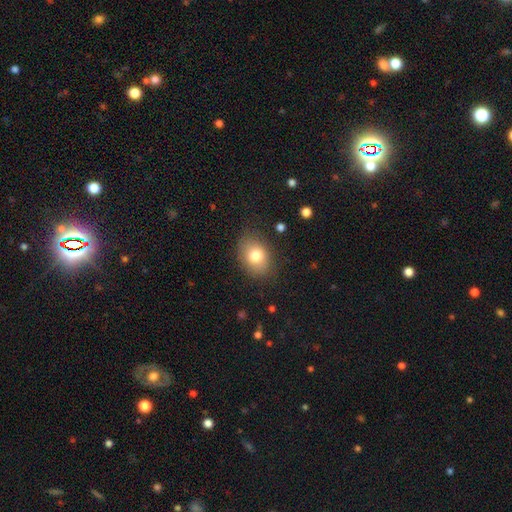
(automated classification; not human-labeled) Smooth or featured: smooth — 78% (featured or disk — 12%)
How rounded: in between — 70% (round — 29%)
Merging: none — 79% (minor disturbance — 15%)